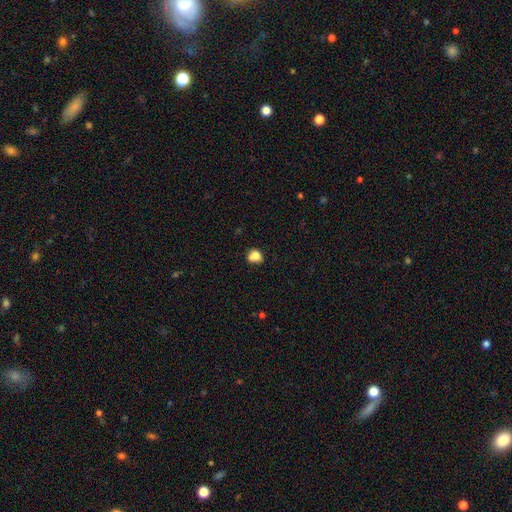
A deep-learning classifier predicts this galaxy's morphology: smooth-or-featured: smooth: 79% | star or artifact: 11% | featured or disk: 10%
  how-rounded: round: 63% | in between: 36% | cigar-shaped: 1%
  merging: none: 49% | minor disturbance: 27% | merger: 14% | major disturbance: 9%